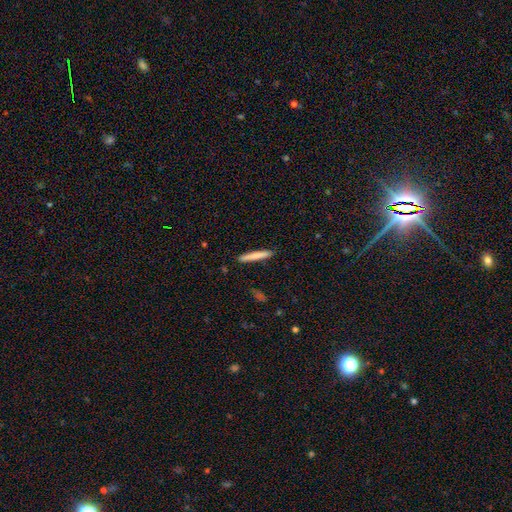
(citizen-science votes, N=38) A smooth galaxy with no disk features (87%) that is cigar-shaped (97%).

Vote fractions:
- Smooth or featured? smooth: 87% / star or artifact: 8% / featured or disk: 5%
- How rounded? cigar-shaped: 97% / in between: 3% / round: 0%
- Merging? none: 97% / minor disturbance: 3% / major disturbance: 0% / merger: 0%